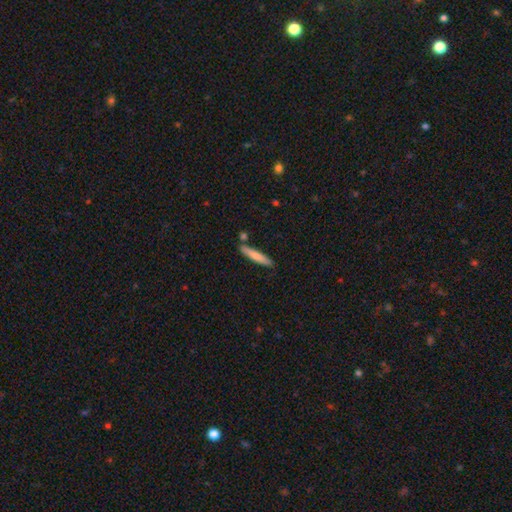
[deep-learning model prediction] This is likely a smooth galaxy (75%). How rounded: clearly cigar-shaped (92%). Merging: clearly none (82%).